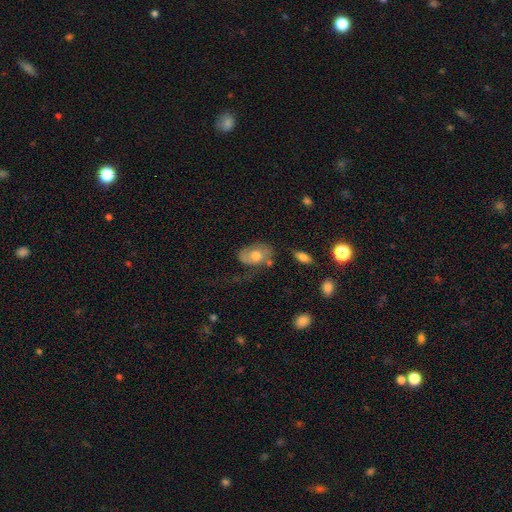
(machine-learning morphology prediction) smooth_or_featured: smooth (p=0.53) [alt: featured or disk p=0.40]
how_rounded: in between (p=0.82) [alt: round p=0.16]
merging: none (p=0.41) [alt: minor disturbance p=0.26]